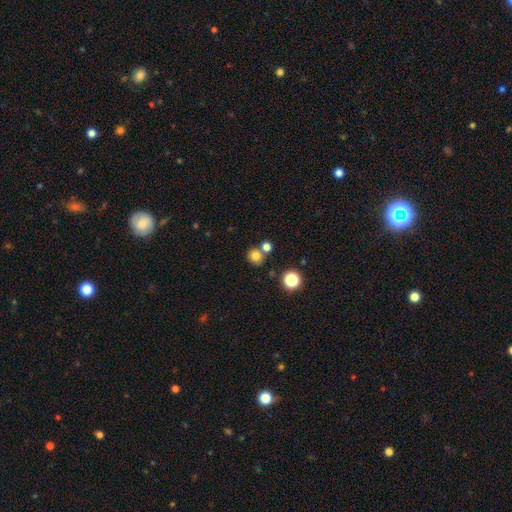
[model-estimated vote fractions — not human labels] smooth 78%, star or artifact 15%, featured or disk 7%. Down the decision tree: how rounded — round (87%); merging — none (67%).